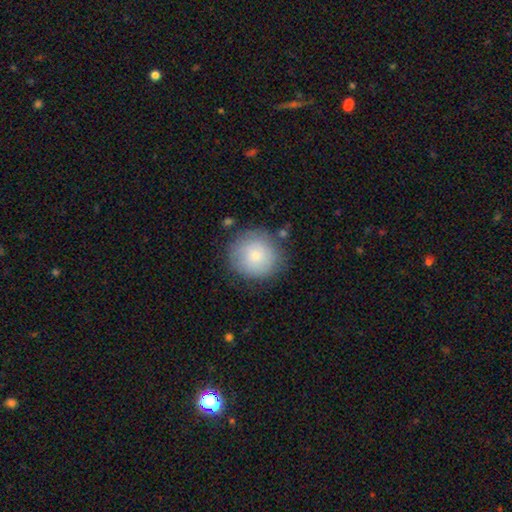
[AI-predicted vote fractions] Smooth or featured? Predicted: smooth (p=0.78). How rounded? Predicted: round (p=0.93). Merging? Predicted: none (p=0.80).